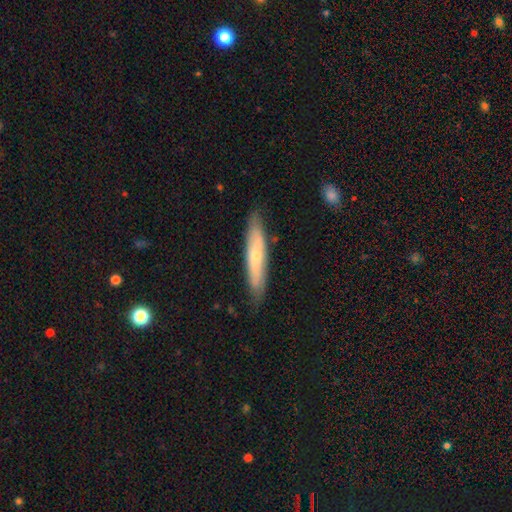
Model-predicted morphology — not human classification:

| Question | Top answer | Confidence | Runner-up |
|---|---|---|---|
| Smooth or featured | smooth | 50% | featured or disk (45%) |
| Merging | none | 84% | minor disturbance (12%) |